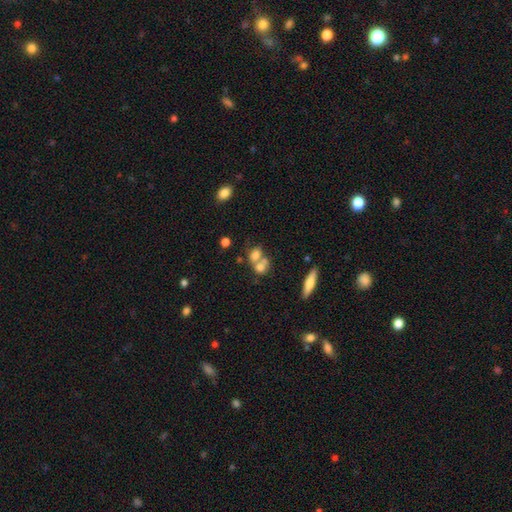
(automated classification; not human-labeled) Overall: smooth (67%). How rounded: round (49%; in between 48%). Merging: merger (58%; none 29%).